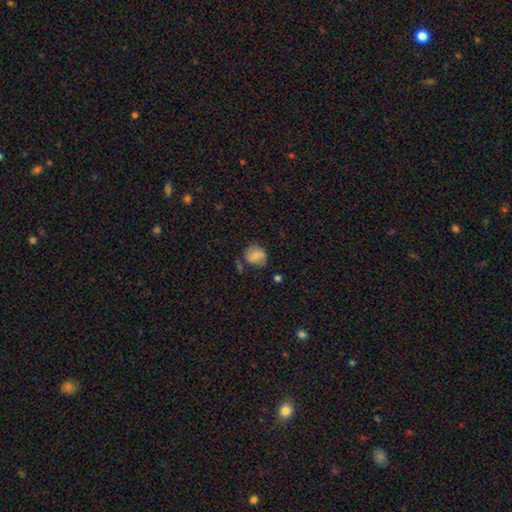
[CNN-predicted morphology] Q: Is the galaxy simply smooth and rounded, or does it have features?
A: smooth — 59%.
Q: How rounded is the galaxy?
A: round — 70%.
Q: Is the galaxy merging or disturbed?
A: none — 61%.